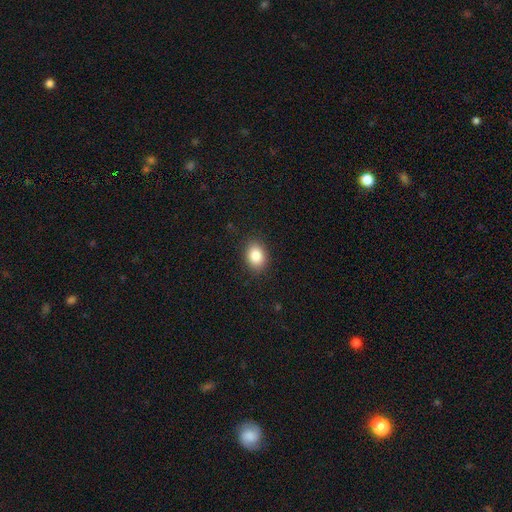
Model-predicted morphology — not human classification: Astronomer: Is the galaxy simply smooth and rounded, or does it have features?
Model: smooth — 86%.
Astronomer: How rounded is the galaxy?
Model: in between — 66%.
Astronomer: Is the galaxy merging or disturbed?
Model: none — 87%.